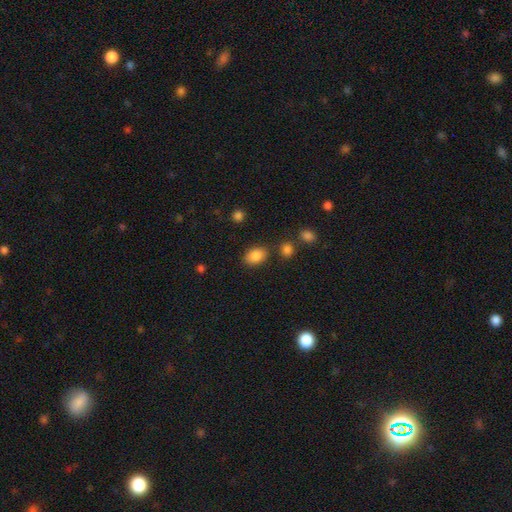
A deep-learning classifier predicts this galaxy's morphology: This appears to be a smooth galaxy with no disk features (86%) that is in between round and cigar-shaped (78%). Merging: none (81%).